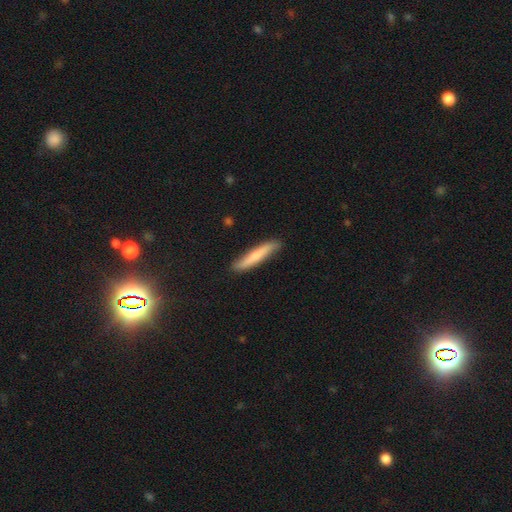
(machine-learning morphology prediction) This is likely a smooth galaxy (64%). How rounded: clearly cigar-shaped (92%). Merging: clearly none (86%).